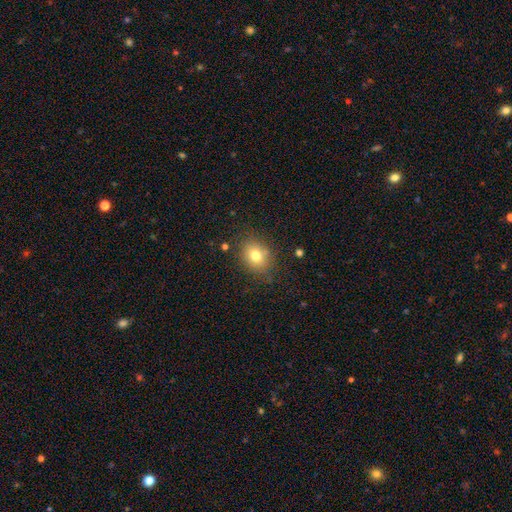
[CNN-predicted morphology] Overall: smooth (76%). How rounded: round (51%; in between 48%). Merging: none (80%).